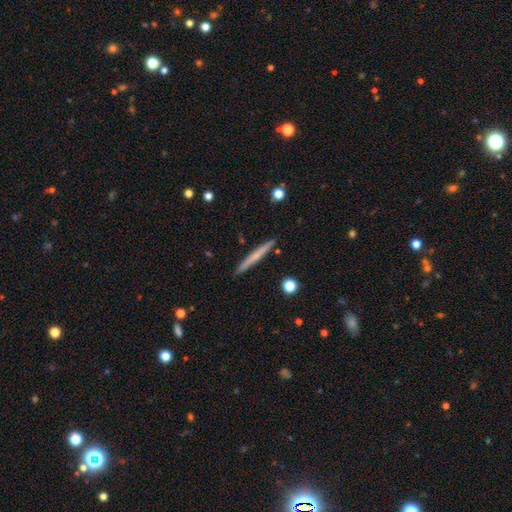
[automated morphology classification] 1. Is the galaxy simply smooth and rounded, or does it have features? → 56% smooth, 38% featured or disk, 6% star or artifact.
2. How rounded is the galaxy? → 97% cigar-shaped, 2% in between, 1% round.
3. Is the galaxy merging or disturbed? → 91% none, 6% minor disturbance, 1% merger, 1% major disturbance.